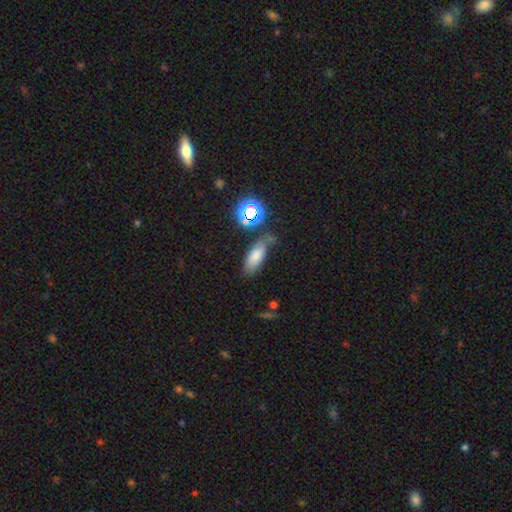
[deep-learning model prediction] This is likely a smooth galaxy (74%). How rounded: likely in between (75%). Merging: likely none (61%).